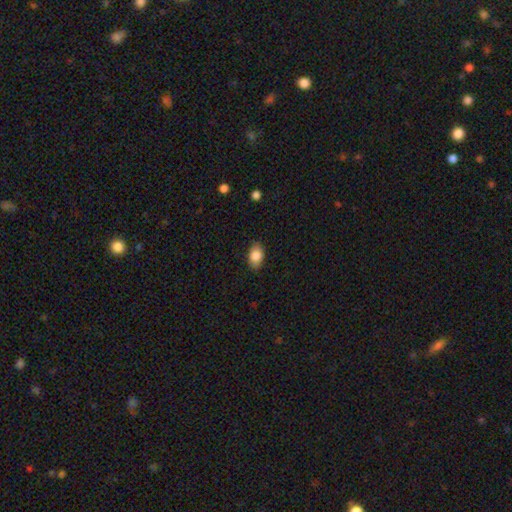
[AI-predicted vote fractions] A smooth galaxy with no disk features (85%) that is in between round and cigar-shaped (88%).

Vote fractions:
- Smooth or featured? smooth: 85% / featured or disk: 8% / star or artifact: 8%
- How rounded? in between: 88% / round: 11% / cigar-shaped: 2%
- Merging? none: 85% / minor disturbance: 11% / major disturbance: 2% / merger: 1%